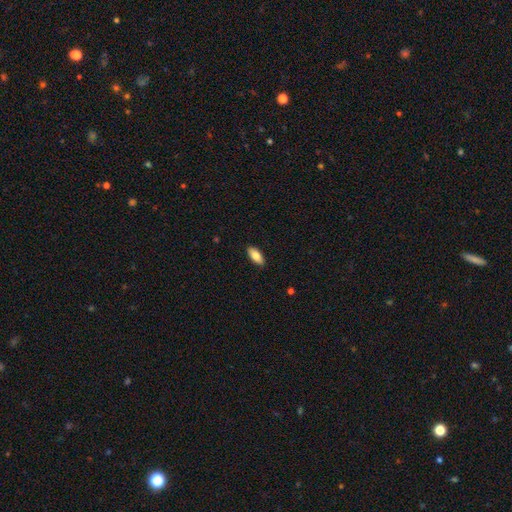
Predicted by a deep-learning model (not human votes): Overall: smooth (81%). How rounded: in between (85%). Merging: none (89%).